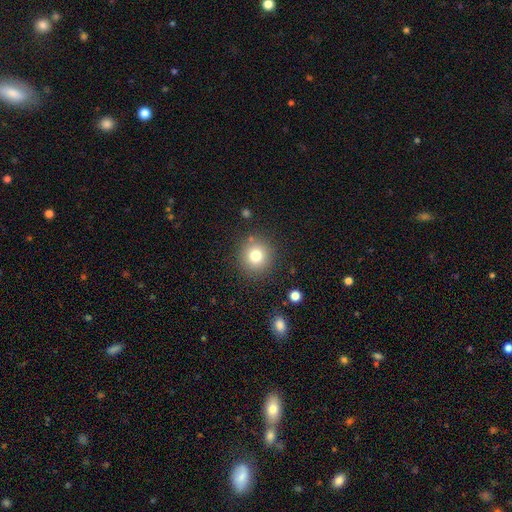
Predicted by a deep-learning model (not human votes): Smooth or featured: smooth — 78% (star or artifact — 13%)
How rounded: round — 92% (in between — 7%)
Merging: none — 86% (minor disturbance — 8%)